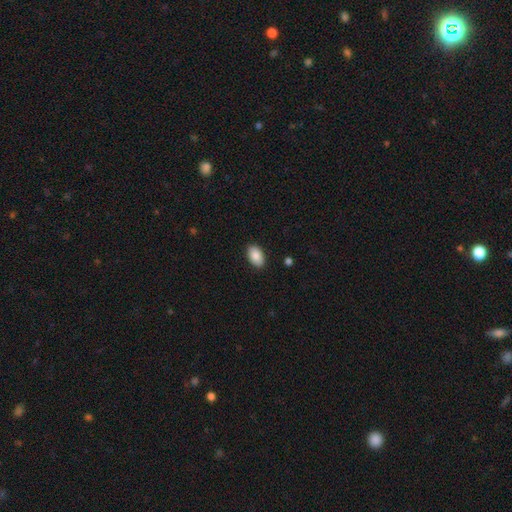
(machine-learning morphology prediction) Smooth or featured? Predicted: smooth (p=0.87). How rounded? Predicted: in between (p=0.92). Merging? Predicted: none (p=0.88).